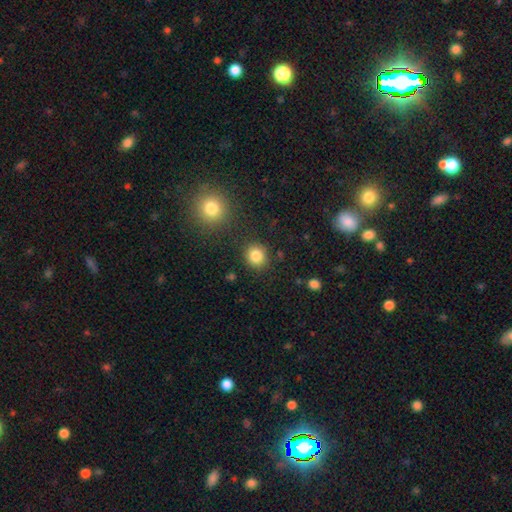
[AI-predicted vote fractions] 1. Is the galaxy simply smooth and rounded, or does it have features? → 84% smooth, 11% star or artifact, 5% featured or disk.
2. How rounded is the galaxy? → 85% round, 14% in between, 1% cigar-shaped.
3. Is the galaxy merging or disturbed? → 87% none, 8% minor disturbance, 3% merger, 3% major disturbance.